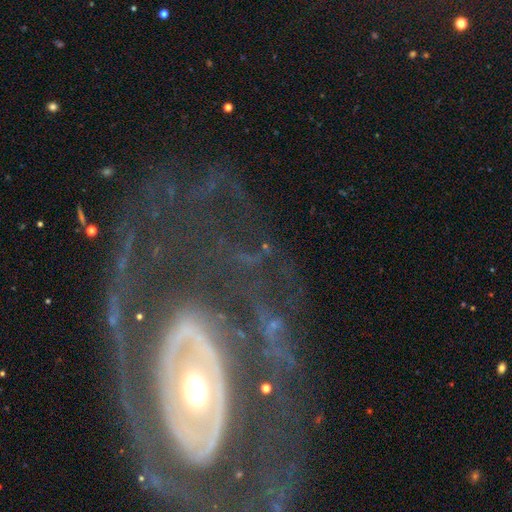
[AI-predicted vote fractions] This is clearly a featured or disk galaxy (84%). It is clearly not viewed edge-on (92%). Bar: likely no (63%). Spiral arm pattern: likely yes (70%). Spiral arm count: marginally 2 (38%). Spiral winding: possibly tight (51%). Central bulge: likely moderate (62%). Merging: likely none (66%).